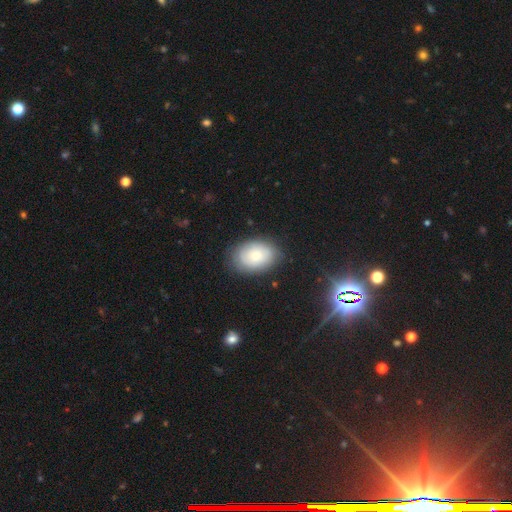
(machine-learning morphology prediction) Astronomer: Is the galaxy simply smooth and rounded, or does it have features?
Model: smooth — 73%.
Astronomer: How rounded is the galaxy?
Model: in between — 81%.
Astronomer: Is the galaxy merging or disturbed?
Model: none — 80%.